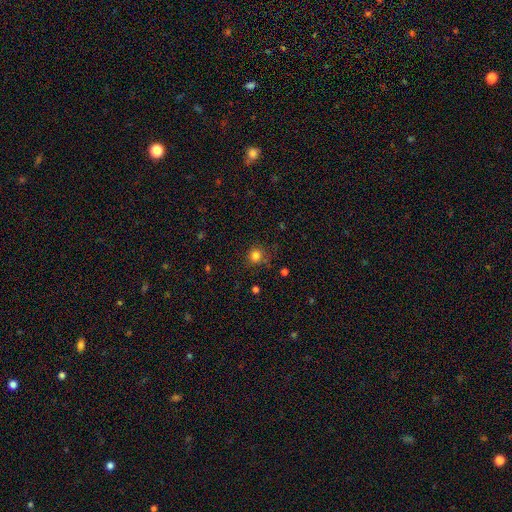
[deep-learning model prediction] Morphology: type=smooth (81%); roundness=round (93%); merging=none (83%).